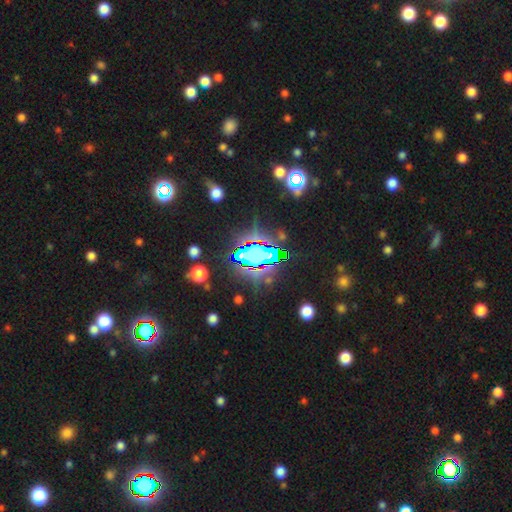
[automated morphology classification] A star or artifact, not a galaxy (67%).

Vote fractions:
- Smooth or featured? star or artifact: 67% / smooth: 21% / featured or disk: 12%